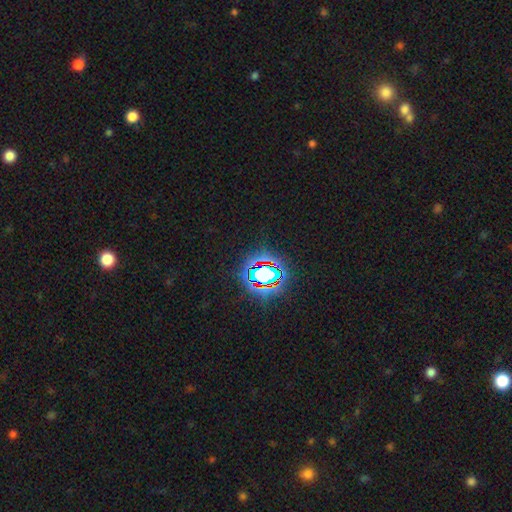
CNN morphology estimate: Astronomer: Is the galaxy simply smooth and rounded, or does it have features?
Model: star or artifact — 81%.